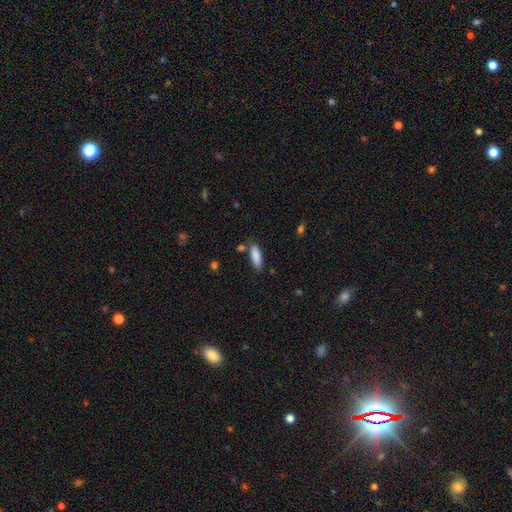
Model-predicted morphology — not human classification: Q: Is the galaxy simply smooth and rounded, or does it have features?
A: smooth — 88%.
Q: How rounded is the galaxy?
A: in between — 55%.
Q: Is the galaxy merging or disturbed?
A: none — 80%.